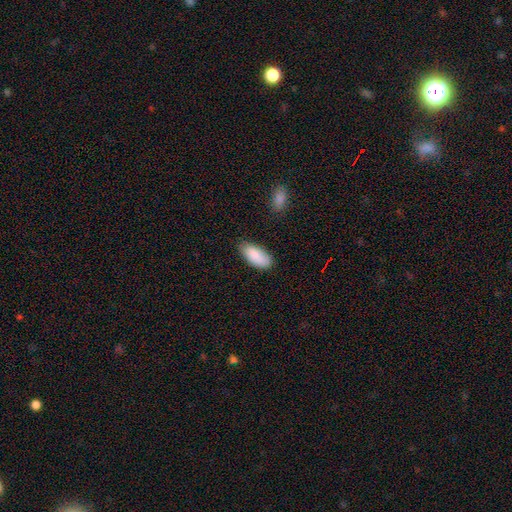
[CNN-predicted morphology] type=smooth (88%); roundness=in between (91%); merging=none (76%).